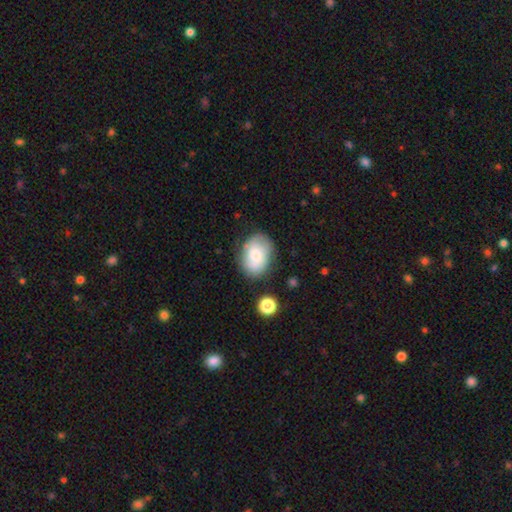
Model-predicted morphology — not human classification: smooth 58%, featured or disk 34%, star or artifact 8%. Down the decision tree: how rounded — in between (72%); merging — none (72%).